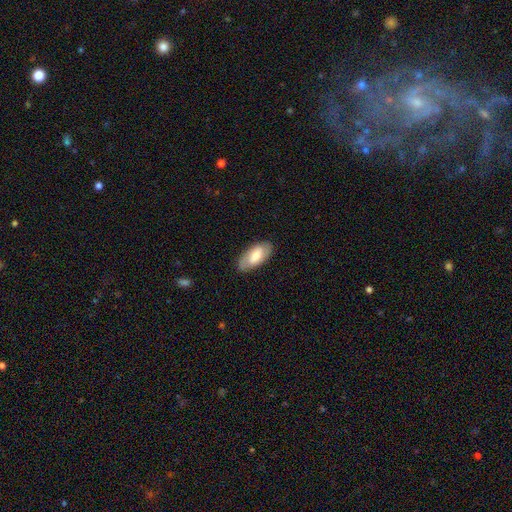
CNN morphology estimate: Overall: smooth (60%; featured or disk 35%). How rounded: in between (91%). Merging: none (82%).